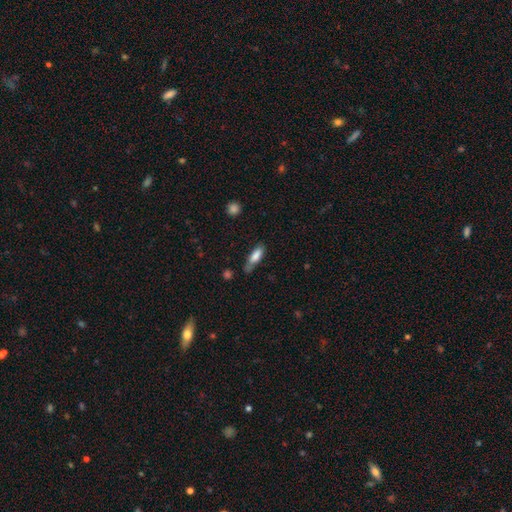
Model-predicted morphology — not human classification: smooth-or-featured: smooth: 78% | featured or disk: 15% | star or artifact: 7%
  how-rounded: in between: 58% | cigar-shaped: 40% | round: 2%
  merging: none: 55% | minor disturbance: 30% | major disturbance: 9% | merger: 6%